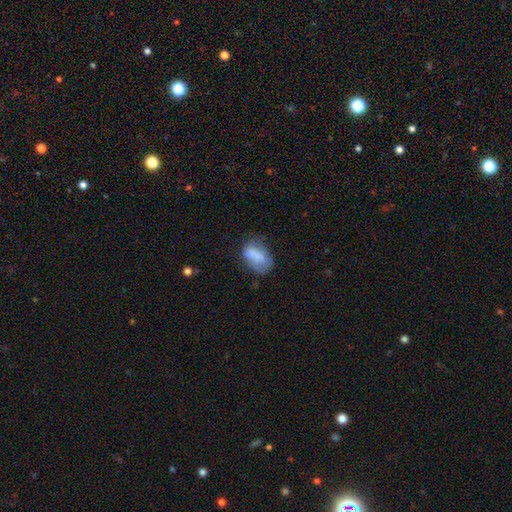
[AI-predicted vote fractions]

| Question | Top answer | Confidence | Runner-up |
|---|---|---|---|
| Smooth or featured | smooth | 74% | featured or disk (17%) |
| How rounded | in between | 85% | round (13%) |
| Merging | none | 45% | minor disturbance (33%) |